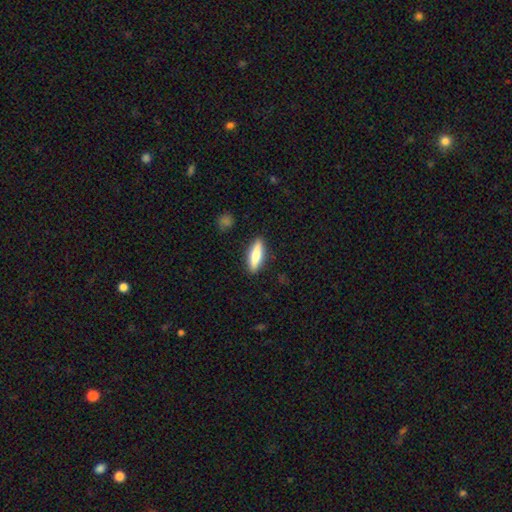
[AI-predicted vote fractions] This is likely a smooth galaxy (63%). How rounded: likely cigar-shaped (61%). Merging: clearly none (89%).